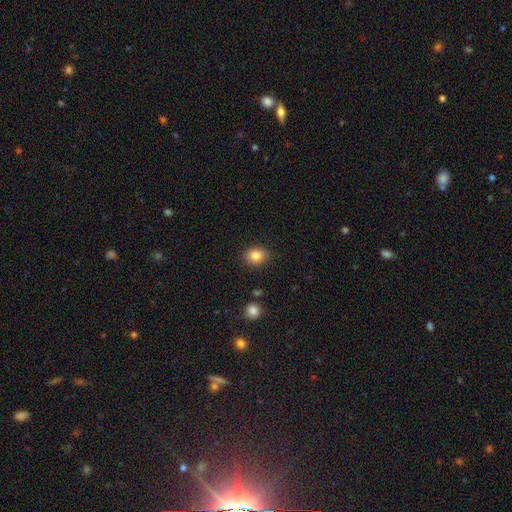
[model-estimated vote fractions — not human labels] Overall: smooth (83%). How rounded: in between (56%; round 43%). Merging: none (85%).